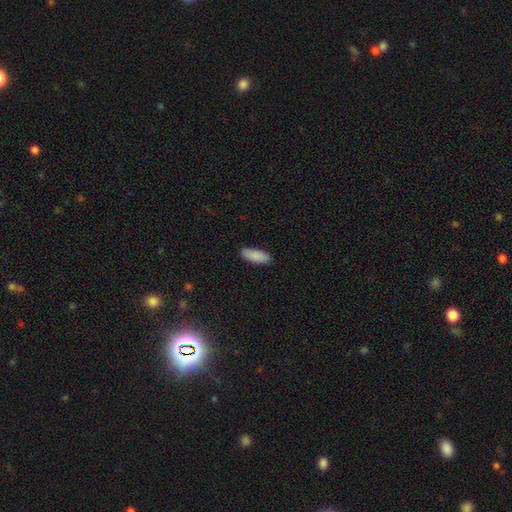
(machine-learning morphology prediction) Smooth or featured?
  - smooth: 90% *
  - star or artifact: 6%
  - featured or disk: 5%
How rounded?
  - in between: 76% *
  - cigar-shaped: 22%
  - round: 2%
Merging?
  - none: 89% *
  - minor disturbance: 8%
  - major disturbance: 2%
  - merger: 1%